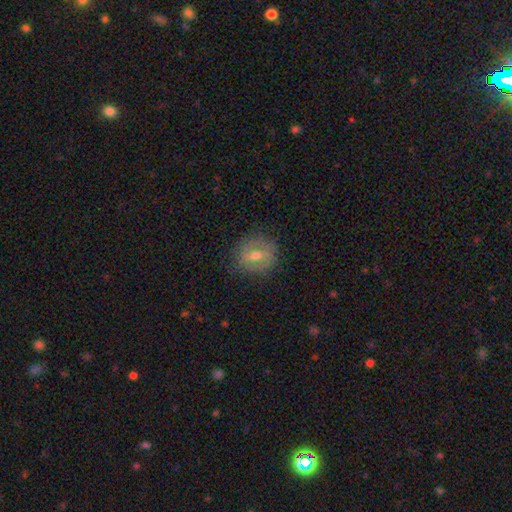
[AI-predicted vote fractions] This appears to be a featured or disk galaxy (52%). Merging: none (80%).